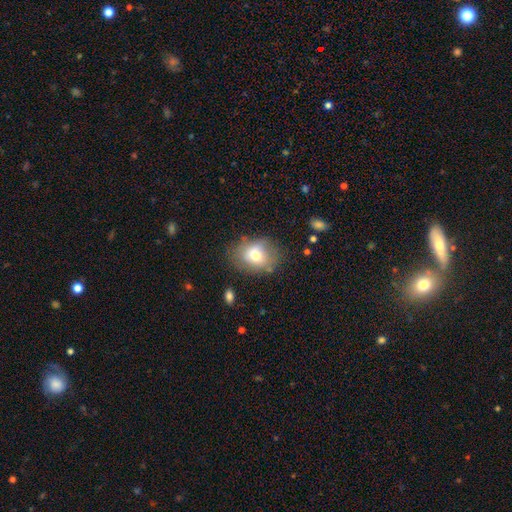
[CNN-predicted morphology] A smooth galaxy with no disk features (72%) that is in between round and cigar-shaped (53%). Merging: none (66%).